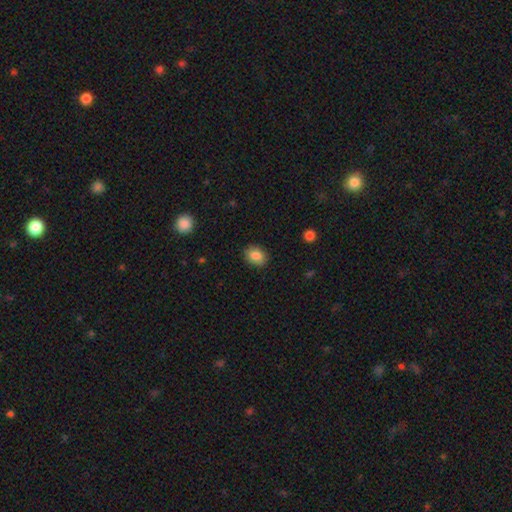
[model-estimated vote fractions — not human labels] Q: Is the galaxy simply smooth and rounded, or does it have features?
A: smooth — 86%.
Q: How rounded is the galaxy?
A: in between — 65%.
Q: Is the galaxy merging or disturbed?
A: none — 87%.